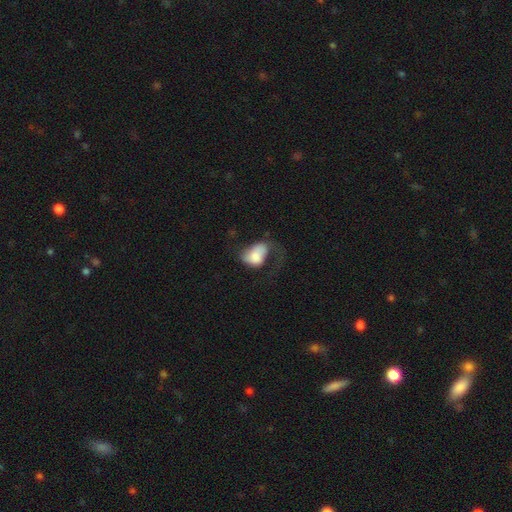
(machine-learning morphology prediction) A smooth galaxy with no disk features (69%) that is in between round and cigar-shaped (82%). Merging: major disturbance (53%).